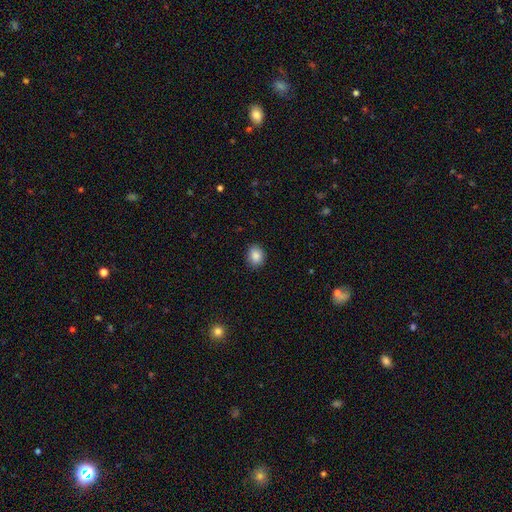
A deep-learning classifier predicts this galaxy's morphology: smooth-or-featured: smooth: 87% | star or artifact: 9% | featured or disk: 4%
  how-rounded: round: 52% | in between: 47% | cigar-shaped: 1%
  merging: none: 87% | minor disturbance: 10% | major disturbance: 2% | merger: 1%